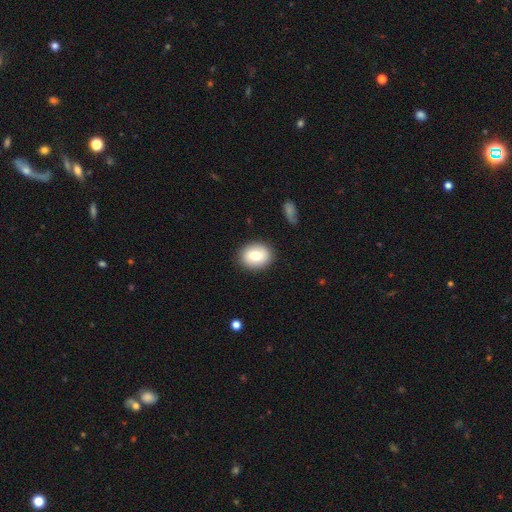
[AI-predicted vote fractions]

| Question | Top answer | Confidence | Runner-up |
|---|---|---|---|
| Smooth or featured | smooth | 75% | featured or disk (17%) |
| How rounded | round | 57% | in between (42%) |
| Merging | none | 88% | minor disturbance (9%) |